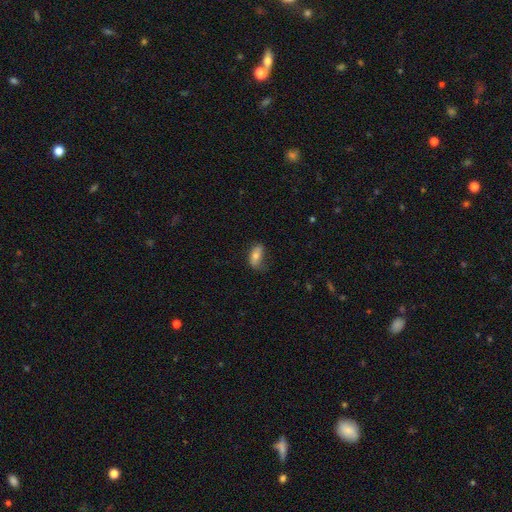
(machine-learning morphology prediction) Smooth or featured?
  - smooth: 71% *
  - featured or disk: 21%
  - star or artifact: 8%
How rounded?
  - in between: 87% *
  - cigar-shaped: 8%
  - round: 5%
Merging?
  - none: 51% *
  - minor disturbance: 33%
  - major disturbance: 14%
  - merger: 2%